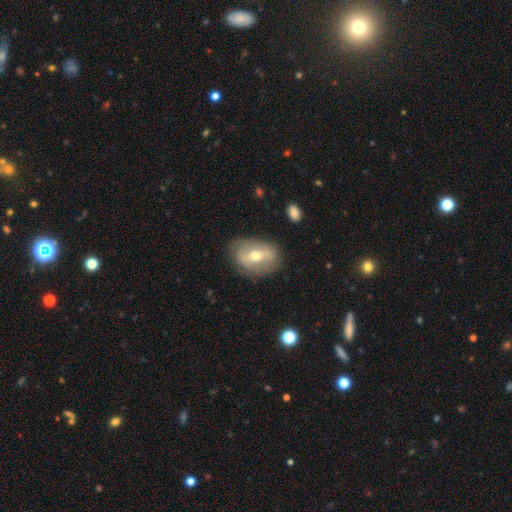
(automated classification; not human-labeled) Smooth or featured? Predicted: featured or disk (p=0.58). Edge-on disk? Predicted: no (p=0.87). Bar? Predicted: strong (p=0.48). Spiral arms? Predicted: no (p=0.64). Bulge size? Predicted: moderate (p=0.67). Merging? Predicted: none (p=0.78).